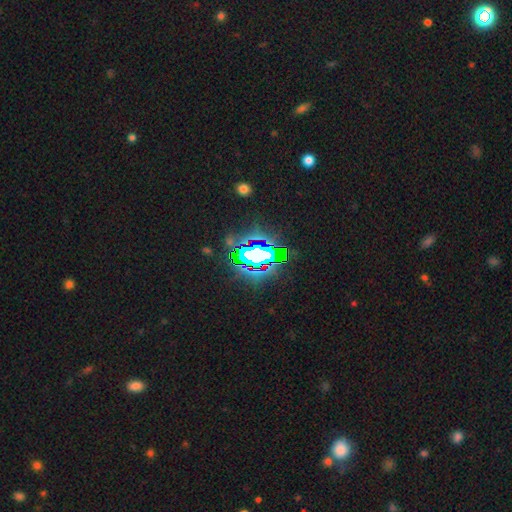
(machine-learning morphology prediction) Smooth or featured? star or artifact (62%)